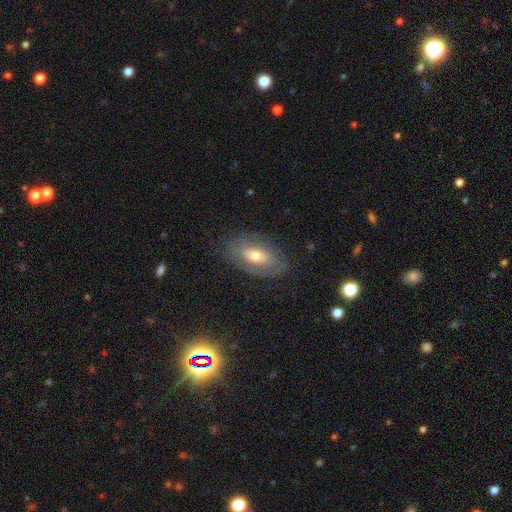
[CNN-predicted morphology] The model was most divided on "smooth or featured": featured or disk: 53%, smooth: 38%, star or artifact: 9%. More confident: edge-on disk — no (89%); merging — none (77%).